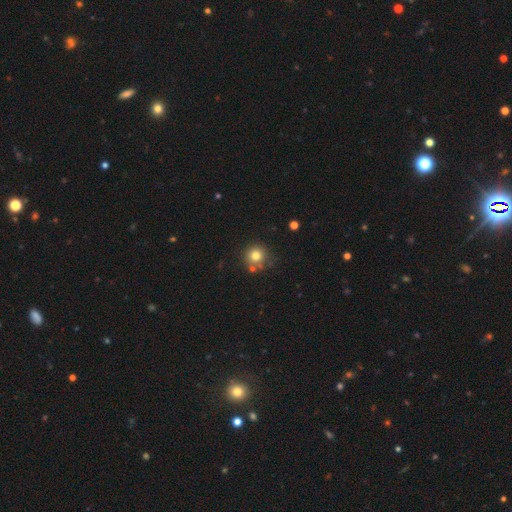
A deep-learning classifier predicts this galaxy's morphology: Smooth or featured? smooth (78%)
How rounded? round (93%)
Merging? none (73%)